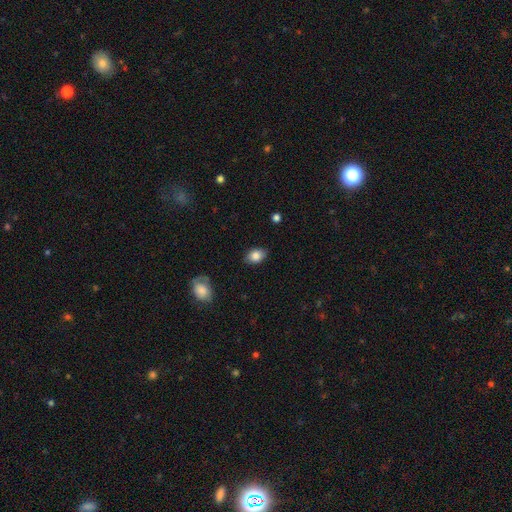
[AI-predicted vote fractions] smooth_or_featured: smooth (p=0.84) [alt: featured or disk p=0.09]
how_rounded: in between (p=0.82) [alt: round p=0.16]
merging: none (p=0.83) [alt: minor disturbance p=0.14]